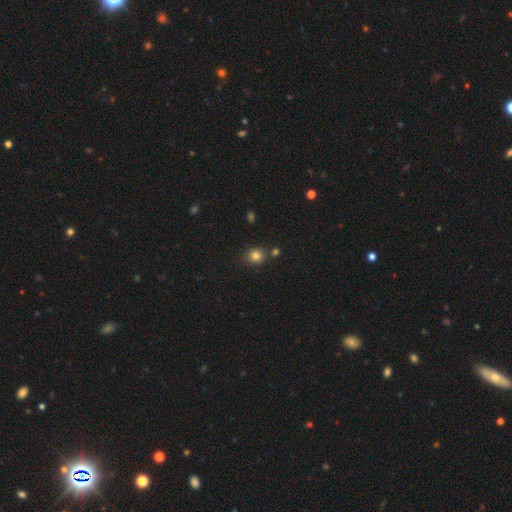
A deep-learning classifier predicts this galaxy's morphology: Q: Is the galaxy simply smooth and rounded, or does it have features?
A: smooth — 82%.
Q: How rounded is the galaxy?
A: round — 76%.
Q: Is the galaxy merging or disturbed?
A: none — 77%.